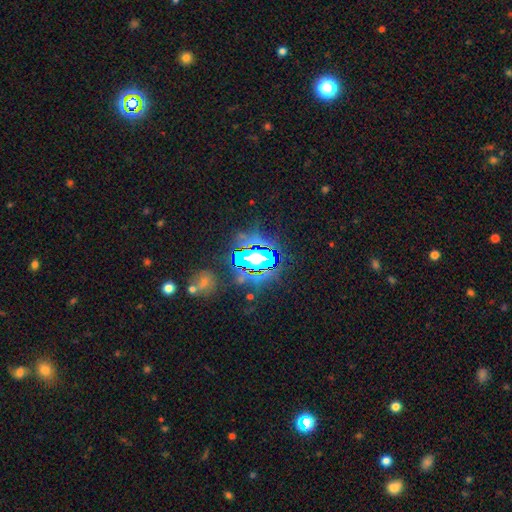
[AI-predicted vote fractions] Morphology: type=star or artifact (81%).